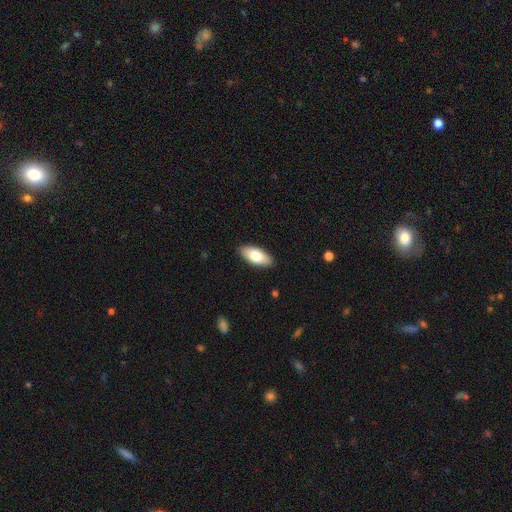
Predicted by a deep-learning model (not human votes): smooth 75%, featured or disk 19%, star or artifact 6%. Down the decision tree: how rounded — in between (88%); merging — none (89%).